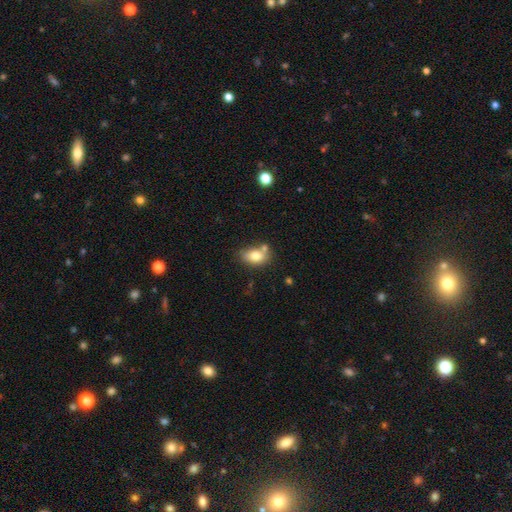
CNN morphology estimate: type=smooth (78%); roundness=in between (83%); merging=none (55%).